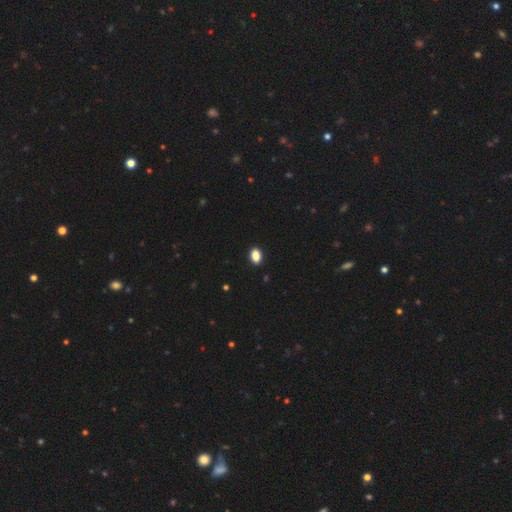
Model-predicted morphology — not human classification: type=smooth (88%); roundness=in between (85%); merging=none (91%).